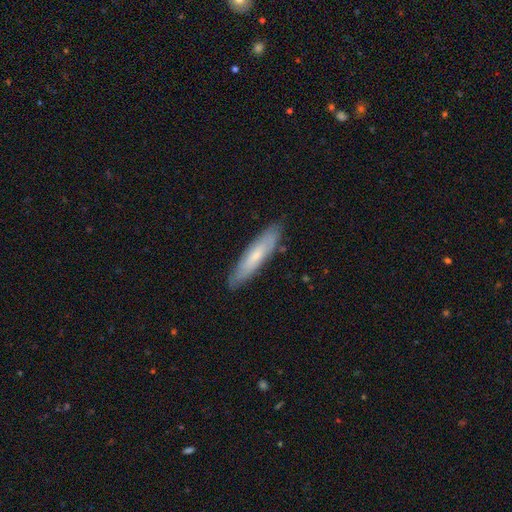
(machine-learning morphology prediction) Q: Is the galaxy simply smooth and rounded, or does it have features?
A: smooth — 53%.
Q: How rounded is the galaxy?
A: cigar-shaped — 77%.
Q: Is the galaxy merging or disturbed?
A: none — 85%.